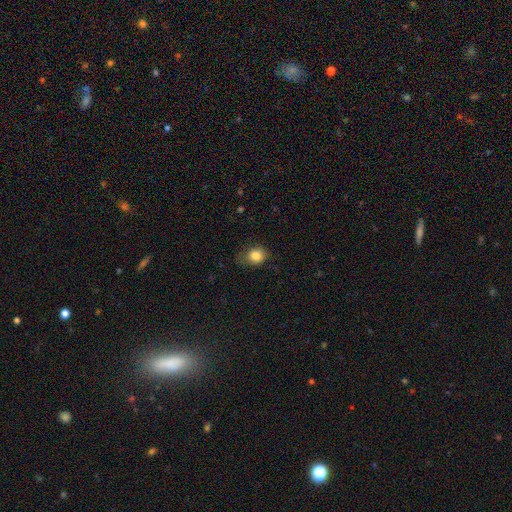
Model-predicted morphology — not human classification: type=smooth (83%); roundness=round (52%); merging=none (64%).